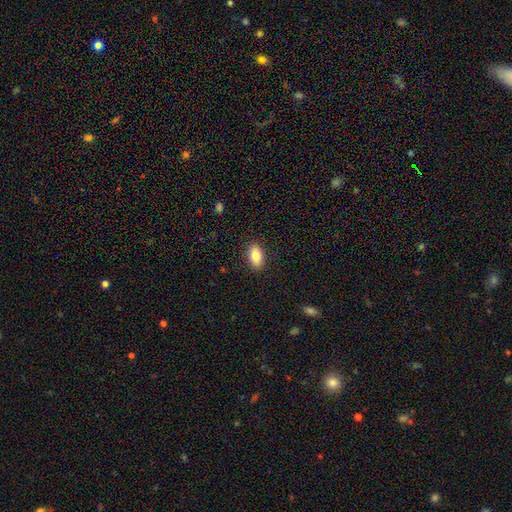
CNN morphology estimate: Overall: smooth (85%). How rounded: in between (91%). Merging: none (89%).